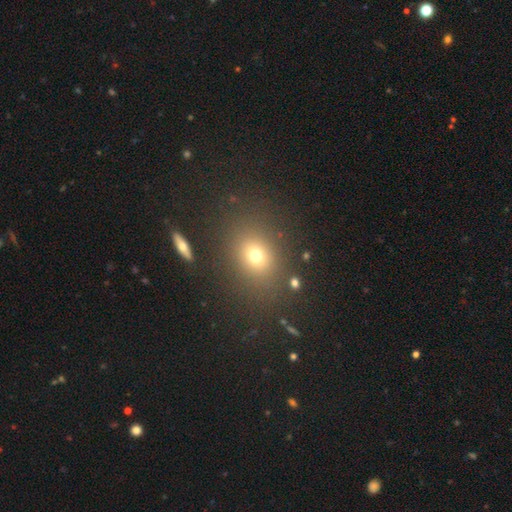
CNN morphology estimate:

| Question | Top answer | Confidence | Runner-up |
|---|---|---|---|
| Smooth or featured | smooth | 71% | star or artifact (18%) |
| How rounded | round | 58% | in between (41%) |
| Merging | none | 82% | minor disturbance (10%) |